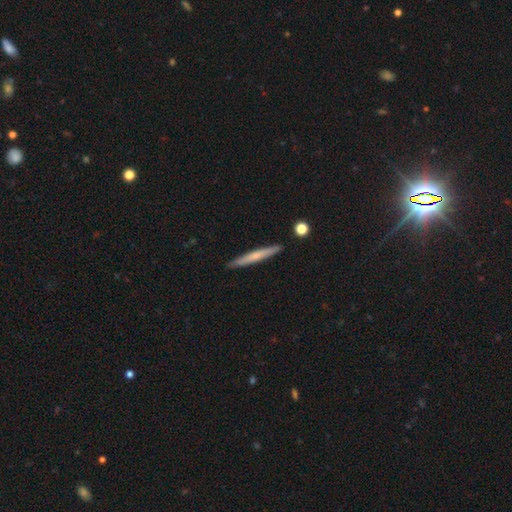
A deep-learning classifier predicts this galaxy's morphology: smooth-or-featured: smooth: 54% | featured or disk: 40% | star or artifact: 6%
  how-rounded: cigar-shaped: 96% | in between: 3% | round: 1%
  merging: none: 90% | minor disturbance: 7% | merger: 2% | major disturbance: 1%